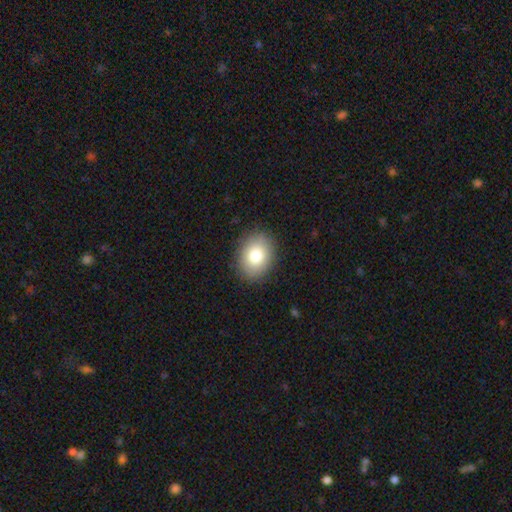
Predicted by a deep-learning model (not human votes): A smooth galaxy with no disk features (82%) that is in between round and cigar-shaped (65%).

Vote fractions:
- Smooth or featured? smooth: 82% / featured or disk: 10% / star or artifact: 8%
- How rounded? in between: 65% / round: 34% / cigar-shaped: 1%
- Merging? none: 89% / minor disturbance: 8% / major disturbance: 2% / merger: 1%